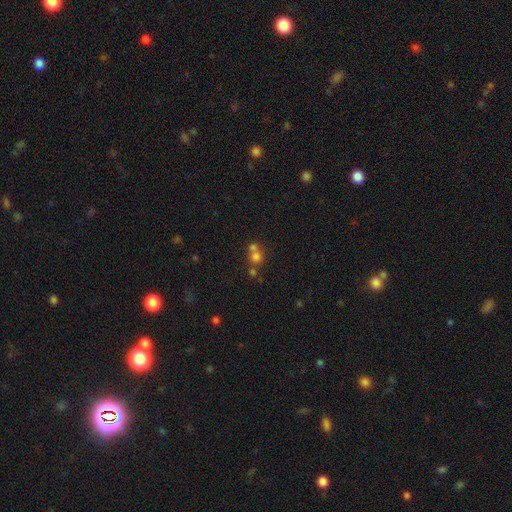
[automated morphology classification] Smooth or featured: smooth — 69% (star or artifact — 17%)
How rounded: round — 85% (in between — 14%)
Merging: merger — 49% (none — 42%)